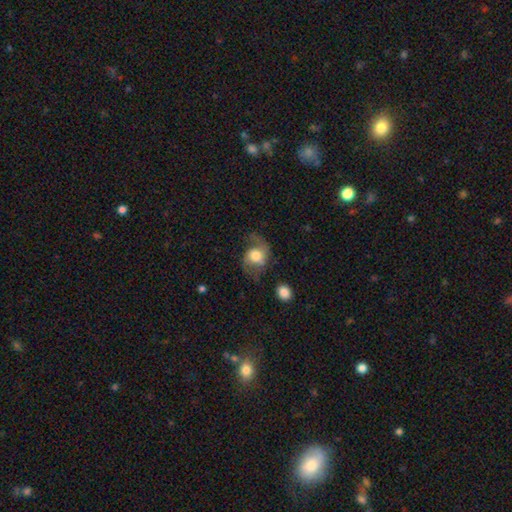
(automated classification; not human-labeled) smooth_or_featured: featured or disk (p=0.52) [alt: smooth p=0.40]
disk_edge_on: no (p=0.96) [alt: yes p=0.04]
bar: no (p=0.65) [alt: weak p=0.29]
has_spiral_arms: yes (p=0.82) [alt: no p=0.18]
bulge_size: moderate (p=0.43) [alt: large p=0.40]
merging: none (p=0.46) [alt: major disturbance p=0.26]